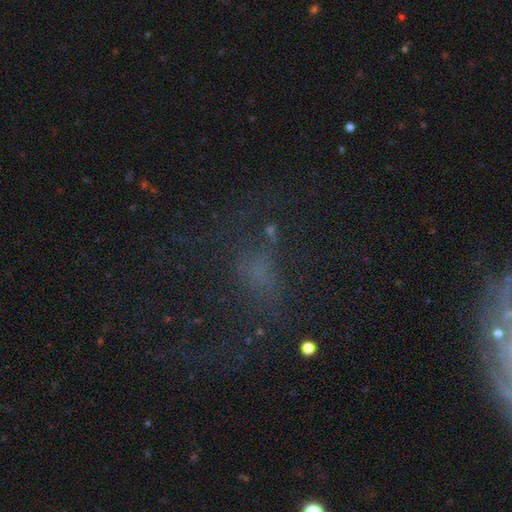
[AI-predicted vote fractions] Smooth or featured: featured or disk — 42% (star or artifact — 34%)
Merging: none — 49% (major disturbance — 30%)